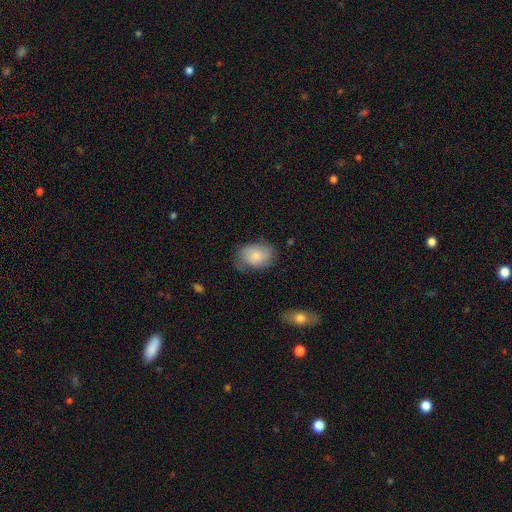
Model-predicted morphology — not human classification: A smooth galaxy with no disk features (76%) that is in between round and cigar-shaped (77%). Merging: none (60%).